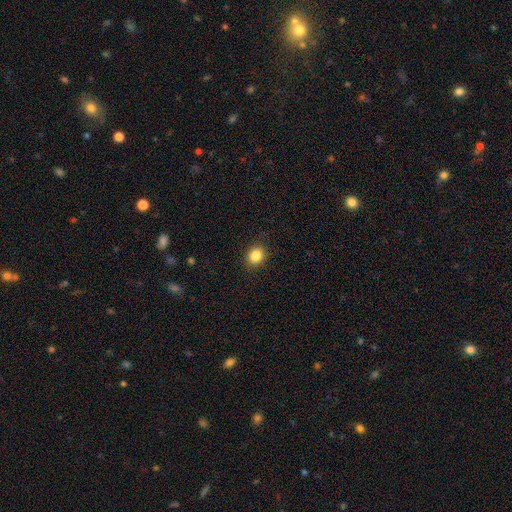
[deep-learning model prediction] Overall: smooth (85%). How rounded: round (62%; in between 37%). Merging: none (88%).